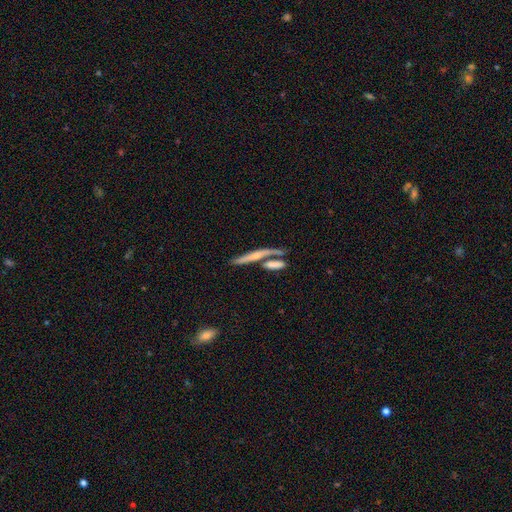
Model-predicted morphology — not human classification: Smooth or featured? featured or disk (54%)
Edge-on disk? yes (86%)
Merging? none (53%)